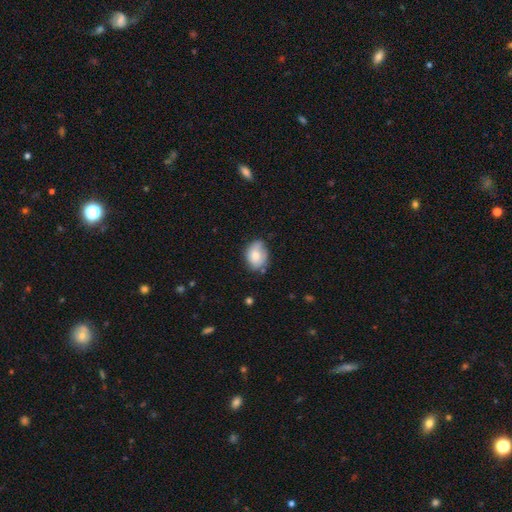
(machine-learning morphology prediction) Smooth or featured? Predicted: smooth (p=0.73). How rounded? Predicted: in between (p=0.60). Merging? Predicted: none (p=0.58).